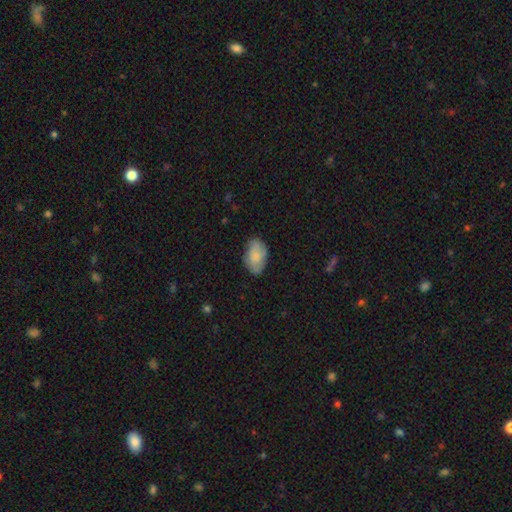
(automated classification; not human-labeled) smooth-or-featured: smooth: 72% | featured or disk: 21% | star or artifact: 7%
  how-rounded: in between: 92% | round: 7% | cigar-shaped: 1%
  merging: none: 74% | minor disturbance: 21% | major disturbance: 4% | merger: 1%